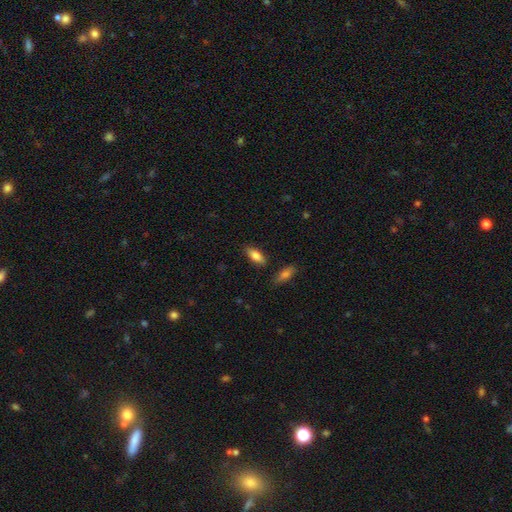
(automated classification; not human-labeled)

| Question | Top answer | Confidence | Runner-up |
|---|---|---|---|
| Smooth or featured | smooth | 83% | featured or disk (10%) |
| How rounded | in between | 80% | cigar-shaped (18%) |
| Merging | none | 84% | minor disturbance (11%) |